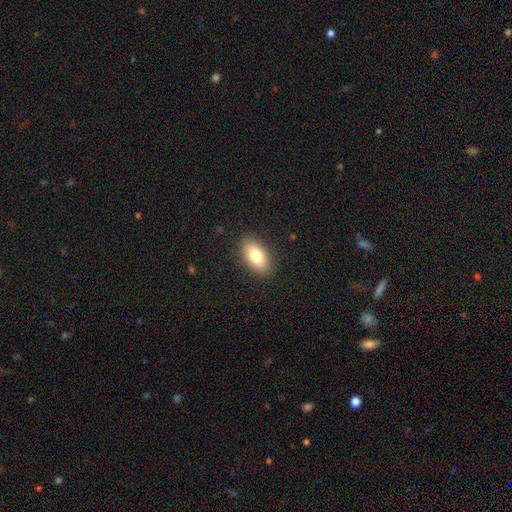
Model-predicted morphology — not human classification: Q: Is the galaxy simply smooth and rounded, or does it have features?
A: smooth — 78%.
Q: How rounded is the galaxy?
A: in between — 90%.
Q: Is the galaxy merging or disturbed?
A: none — 88%.